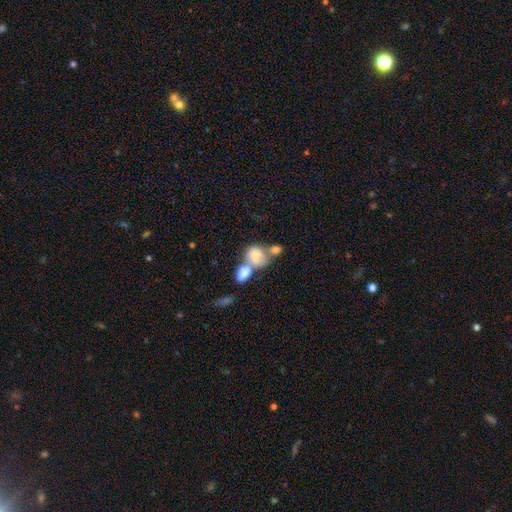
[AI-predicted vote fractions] This is likely a smooth galaxy (69%). How rounded: likely in between (73%). Merging: likely merger (66%).